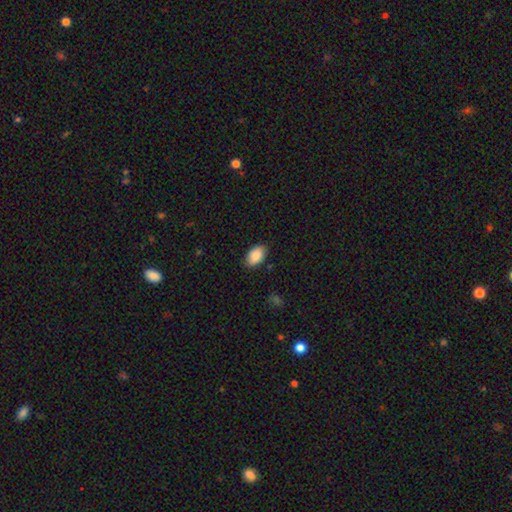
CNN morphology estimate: A smooth galaxy with no disk features (89%) that is in between round and cigar-shaped (92%).

Vote fractions:
- Smooth or featured? smooth: 89% / star or artifact: 7% / featured or disk: 5%
- How rounded? in between: 92% / round: 6% / cigar-shaped: 1%
- Merging? none: 84% / minor disturbance: 12% / major disturbance: 3% / merger: 1%